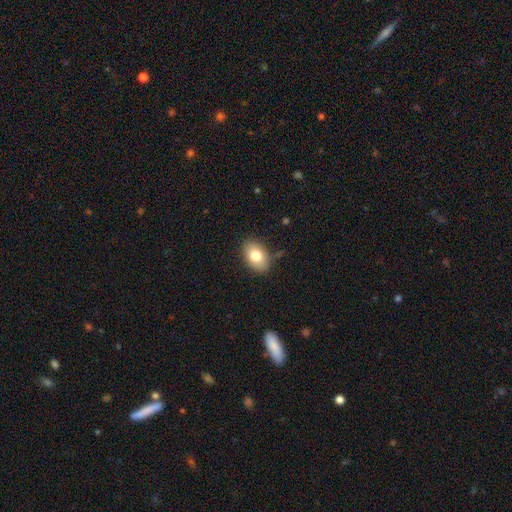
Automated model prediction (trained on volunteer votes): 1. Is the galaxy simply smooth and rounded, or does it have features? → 78% smooth, 14% featured or disk, 8% star or artifact.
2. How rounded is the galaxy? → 85% in between, 13% round, 1% cigar-shaped.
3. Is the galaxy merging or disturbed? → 82% none, 13% minor disturbance, 3% major disturbance, 2% merger.